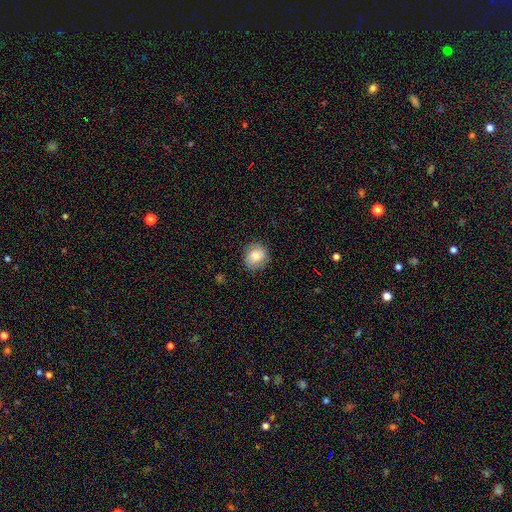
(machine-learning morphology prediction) A smooth galaxy with no disk features (79%) that is round (79%). Merging: none (83%).